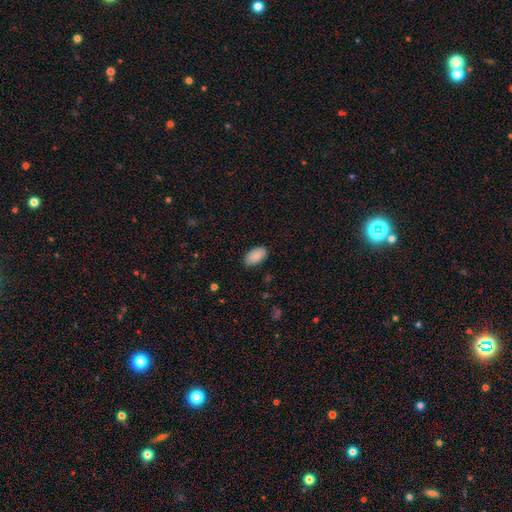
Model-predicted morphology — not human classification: The model was most divided on "merging": none: 83%, minor disturbance: 14%, major disturbance: 2%, merger: 1%. More confident: how rounded — in between (95%); smooth or featured — smooth (88%).